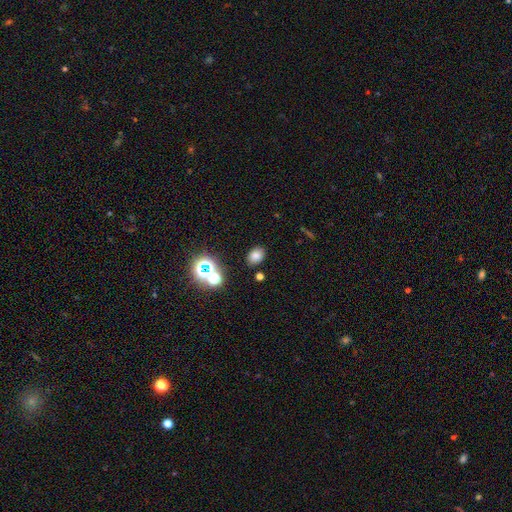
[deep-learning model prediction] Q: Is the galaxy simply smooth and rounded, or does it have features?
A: smooth — 75%.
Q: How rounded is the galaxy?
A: in between — 71%.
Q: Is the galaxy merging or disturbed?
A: none — 84%.